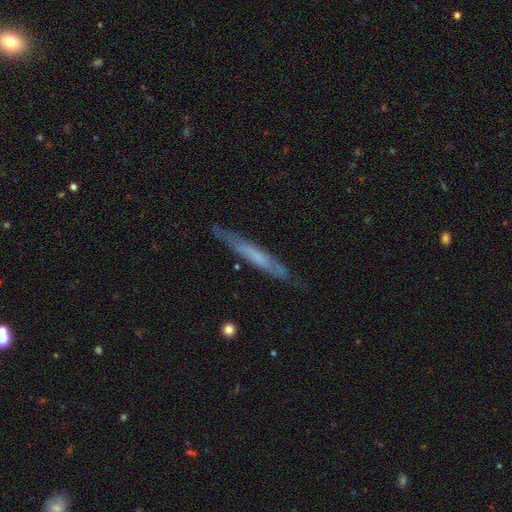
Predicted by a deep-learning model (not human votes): Smooth or featured? Predicted: featured or disk (p=0.53). Edge-on disk? Predicted: yes (p=0.82). Merging? Predicted: none (p=0.77).